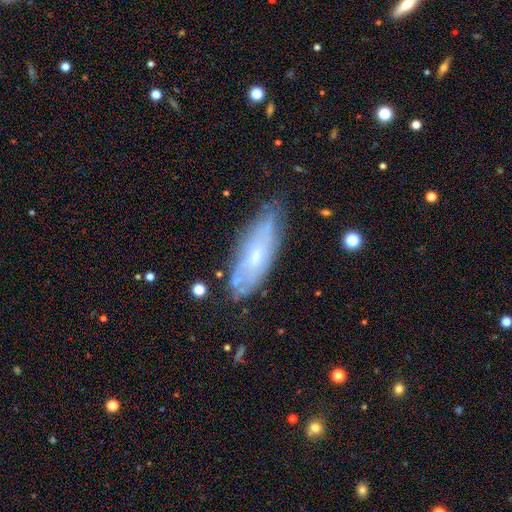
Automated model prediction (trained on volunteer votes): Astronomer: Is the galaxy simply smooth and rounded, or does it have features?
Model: featured or disk — 54% (runner-up: smooth, 37%).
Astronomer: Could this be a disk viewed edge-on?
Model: no — 71%.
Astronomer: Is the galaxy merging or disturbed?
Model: none — 71%.